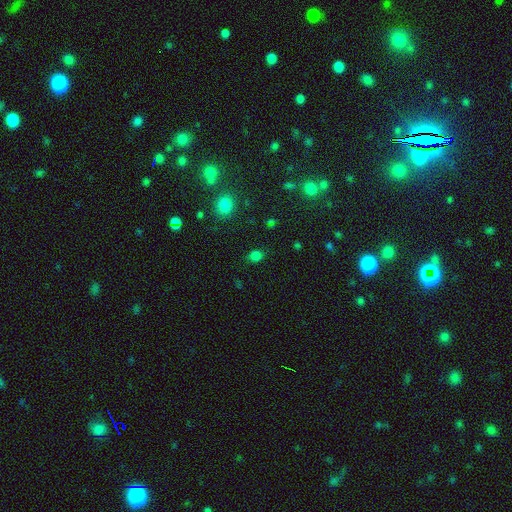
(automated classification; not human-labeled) Smooth or featured? smooth (77%)
How rounded? round (54%)
Merging? none (83%)